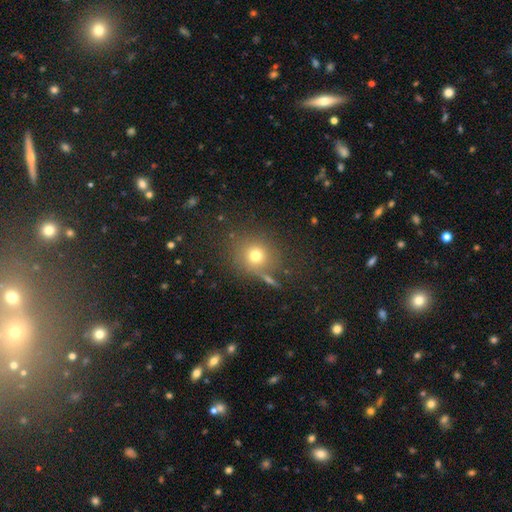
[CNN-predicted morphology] smooth 72%, star or artifact 16%, featured or disk 11%. Down the decision tree: how rounded — round (85%); merging — none (76%).